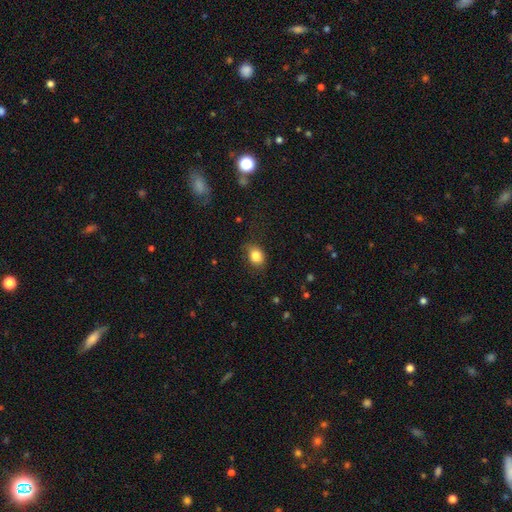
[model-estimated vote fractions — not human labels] Morphology: type=smooth (83%); roundness=in between (57%); merging=none (69%).